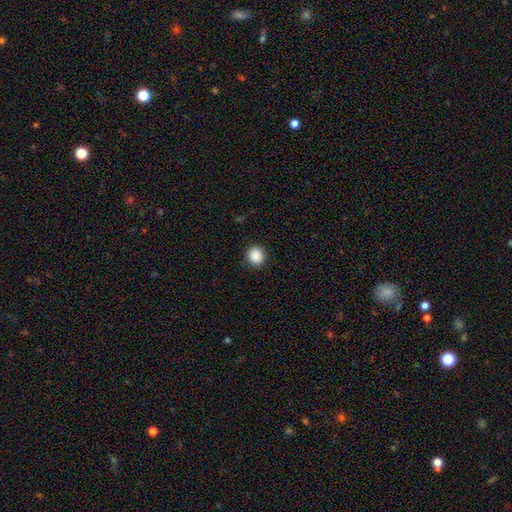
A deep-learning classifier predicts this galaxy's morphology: Overall: smooth (88%). How rounded: round (84%). Merging: none (91%).